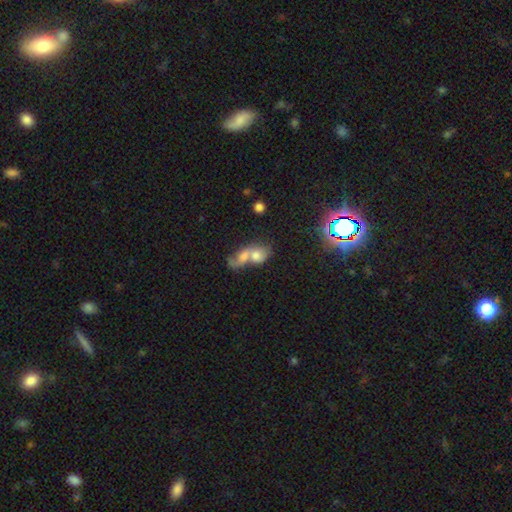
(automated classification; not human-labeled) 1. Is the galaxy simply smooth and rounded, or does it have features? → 59% smooth, 28% featured or disk, 13% star or artifact.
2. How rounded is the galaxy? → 64% in between, 32% round, 4% cigar-shaped.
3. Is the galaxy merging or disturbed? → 79% merger, 10% none, 6% major disturbance, 5% minor disturbance.